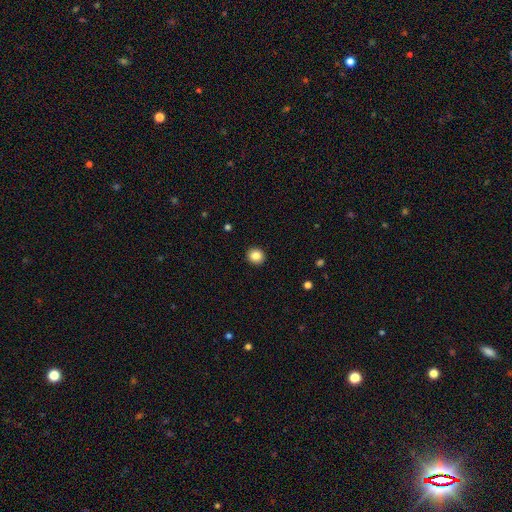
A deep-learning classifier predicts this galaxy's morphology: This appears to be a smooth galaxy with no disk features (86%) that is round (88%). Merging: none (93%).